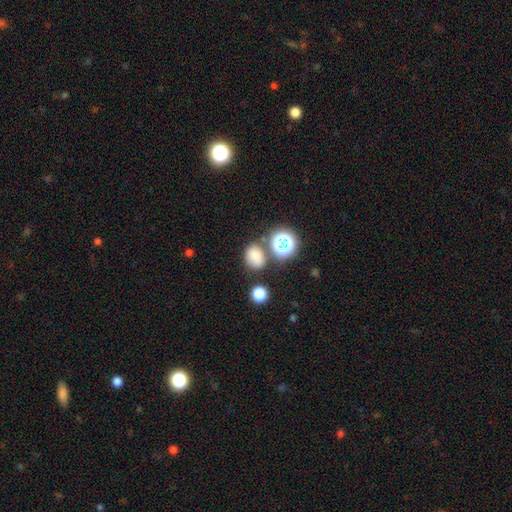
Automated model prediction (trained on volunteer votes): A smooth galaxy with no disk features (73%) that is round (50%).

Vote fractions:
- Smooth or featured? smooth: 73% / star or artifact: 19% / featured or disk: 9%
- How rounded? round: 50% / in between: 49% / cigar-shaped: 1%
- Merging? none: 69% / minor disturbance: 14% / merger: 12% / major disturbance: 5%